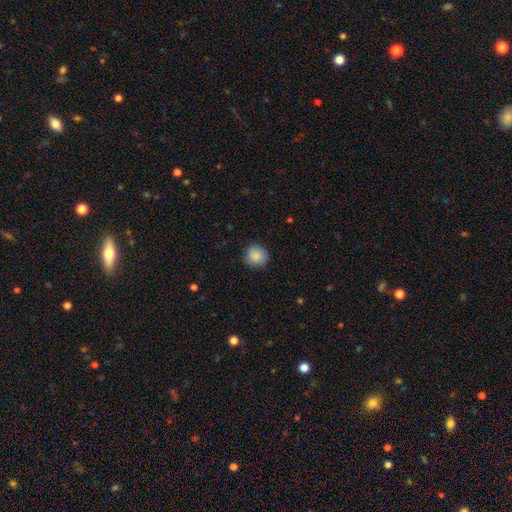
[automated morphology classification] Smooth or featured?
  - smooth: 88% *
  - star or artifact: 8%
  - featured or disk: 4%
How rounded?
  - round: 85% *
  - in between: 14%
  - cigar-shaped: 1%
Merging?
  - none: 84% *
  - minor disturbance: 12%
  - major disturbance: 3%
  - merger: 1%